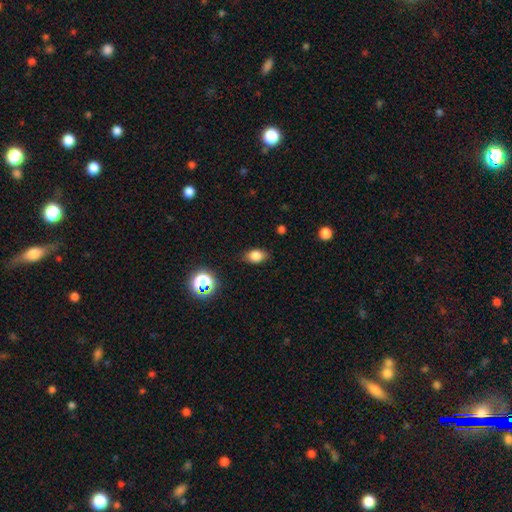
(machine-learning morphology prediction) type=smooth (82%); roundness=in between (79%); merging=none (82%).